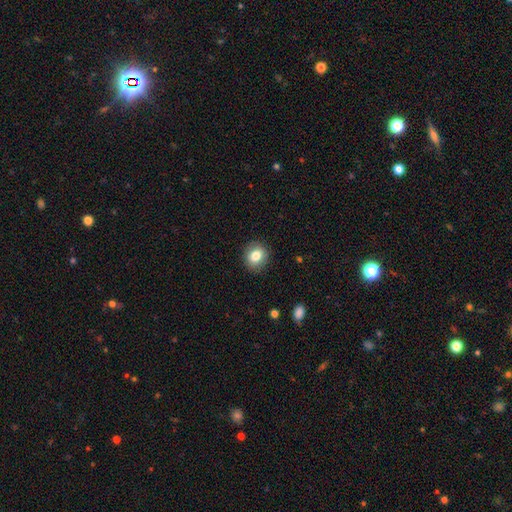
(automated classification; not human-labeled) Q: Smooth or featured?
A: smooth (83%); runner-up: star or artifact (9%)
Q: How rounded?
A: round (69%); runner-up: in between (30%)
Q: Merging?
A: none (89%); runner-up: minor disturbance (8%)